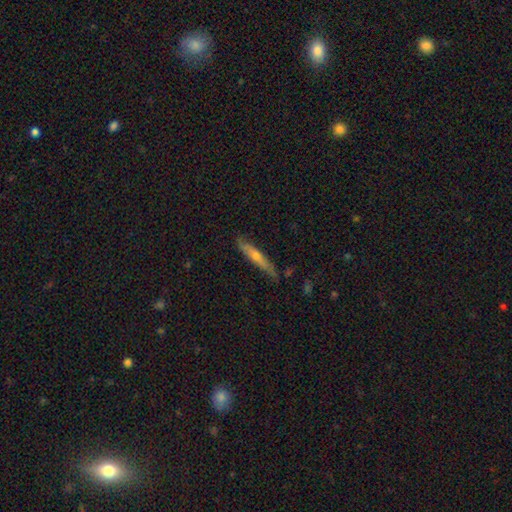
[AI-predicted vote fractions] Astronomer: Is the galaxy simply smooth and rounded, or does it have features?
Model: featured or disk — 49% (runner-up: smooth, 44%).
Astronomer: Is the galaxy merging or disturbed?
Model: none — 78%.